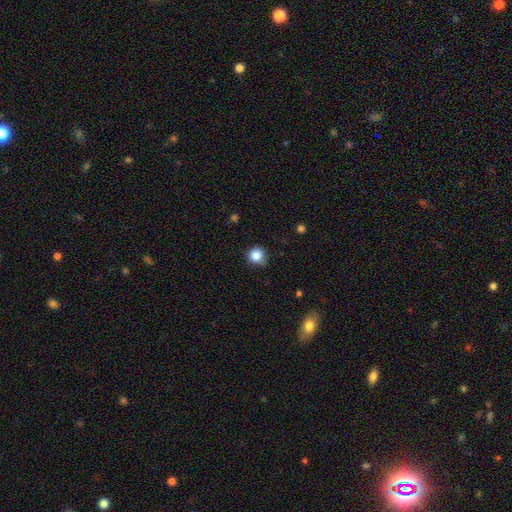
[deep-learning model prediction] A smooth galaxy with no disk features (85%) that is round (92%).

Vote fractions:
- Smooth or featured? smooth: 85% / star or artifact: 10% / featured or disk: 4%
- How rounded? round: 92% / in between: 7% / cigar-shaped: 1%
- Merging? none: 76% / minor disturbance: 19% / major disturbance: 3% / merger: 2%